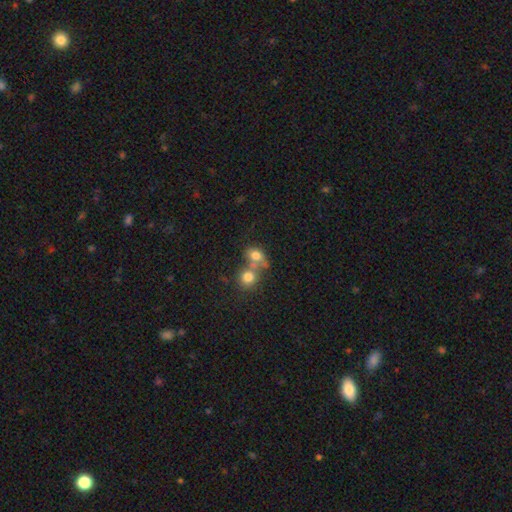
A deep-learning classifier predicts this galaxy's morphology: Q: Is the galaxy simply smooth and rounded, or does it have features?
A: smooth — 75%.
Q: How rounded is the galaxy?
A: in between — 52%.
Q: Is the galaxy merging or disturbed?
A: merger — 52%.